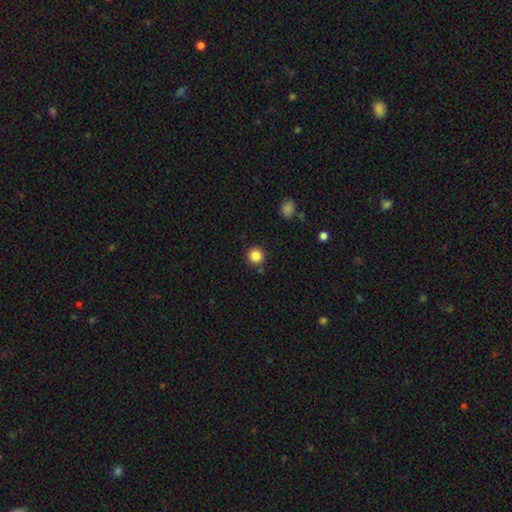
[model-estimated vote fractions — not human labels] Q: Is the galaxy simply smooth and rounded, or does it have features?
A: smooth — 86%.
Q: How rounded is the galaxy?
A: round — 94%.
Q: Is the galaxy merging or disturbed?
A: none — 85%.